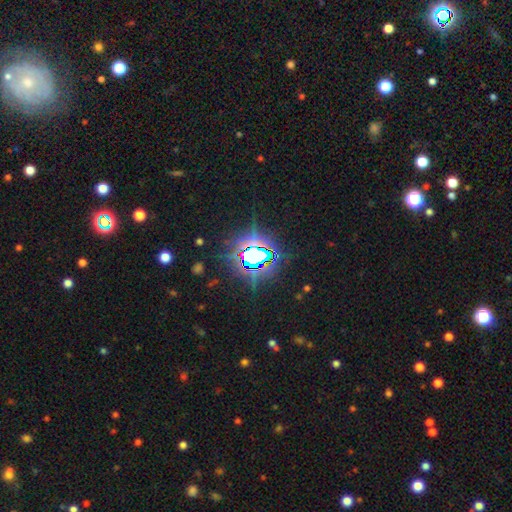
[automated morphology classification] smooth_or_featured: star or artifact (p=0.80) [alt: smooth p=0.10]